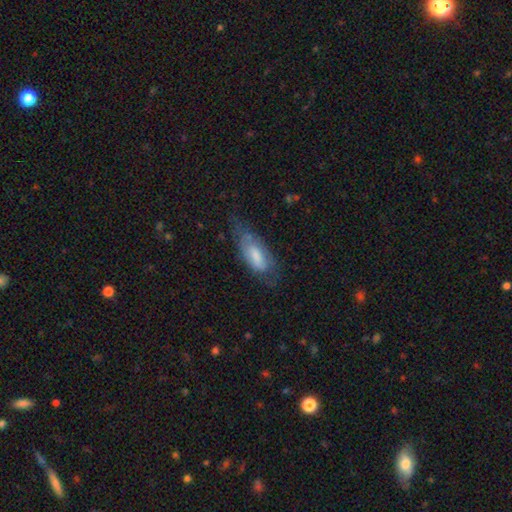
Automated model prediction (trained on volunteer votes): This is likely a smooth galaxy (62%). How rounded: likely in between (78%). Merging: possibly none (45%).